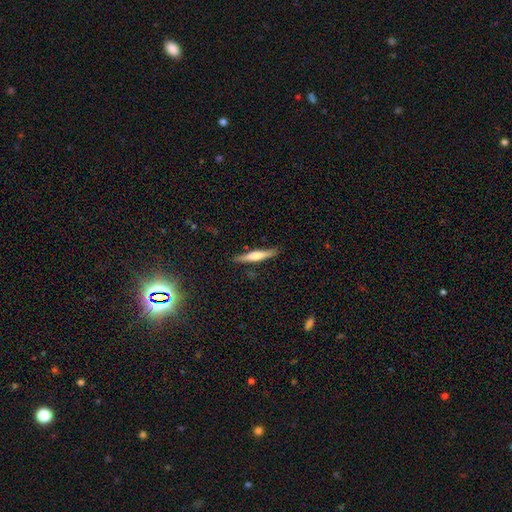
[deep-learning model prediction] The model was most divided on "smooth or featured": featured or disk: 48%, smooth: 46%, star or artifact: 6%. More confident: merging — none (86%).